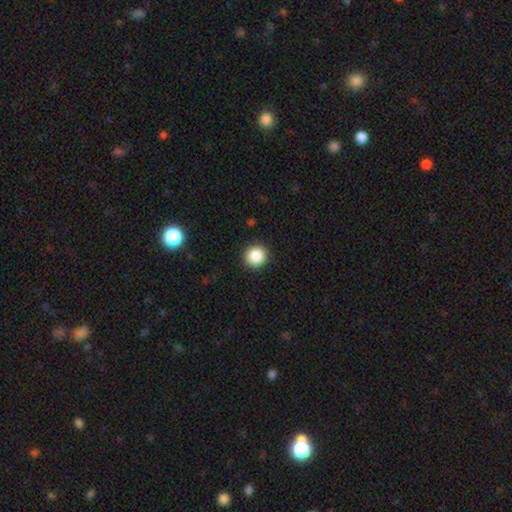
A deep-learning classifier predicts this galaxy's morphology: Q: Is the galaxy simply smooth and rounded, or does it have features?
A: smooth — 87%.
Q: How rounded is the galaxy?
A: round — 93%.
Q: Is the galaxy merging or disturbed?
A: none — 91%.